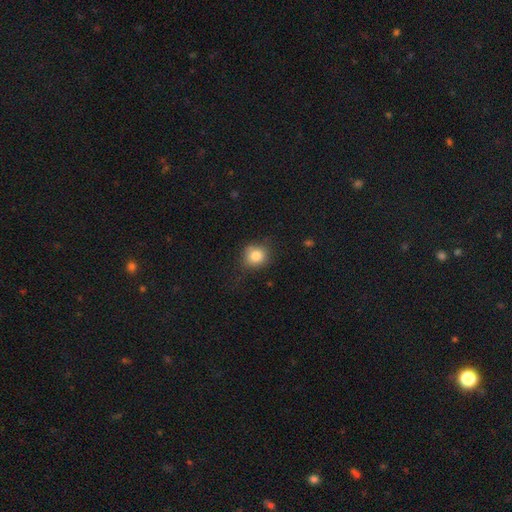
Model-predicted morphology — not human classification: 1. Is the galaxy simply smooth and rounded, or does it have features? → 82% smooth, 10% star or artifact, 8% featured or disk.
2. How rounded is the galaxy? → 82% round, 17% in between, 1% cigar-shaped.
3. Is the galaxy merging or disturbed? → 74% none, 19% minor disturbance, 5% major disturbance, 1% merger.